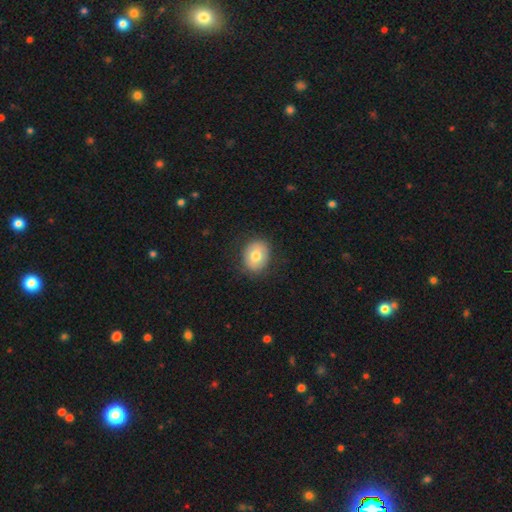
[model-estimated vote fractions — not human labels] smooth-or-featured: smooth: 74% | featured or disk: 18% | star or artifact: 8%
  how-rounded: round: 55% | in between: 44% | cigar-shaped: 1%
  merging: none: 84% | minor disturbance: 12% | major disturbance: 4% | merger: 1%